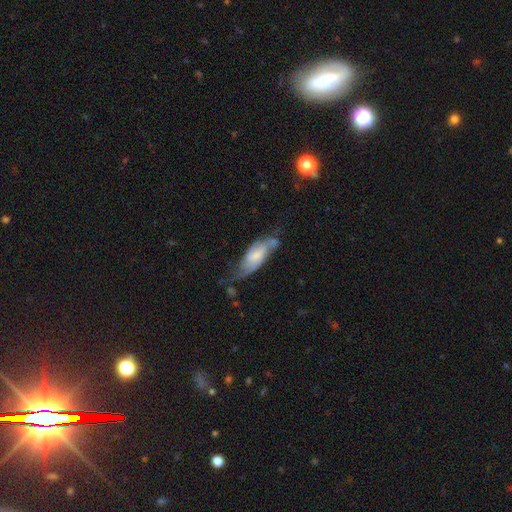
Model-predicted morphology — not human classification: Smooth or featured: featured or disk — 53% (smooth — 40%)
Edge-on disk: no — 85% (yes — 15%)
Merging: none — 36% (minor disturbance — 33%)